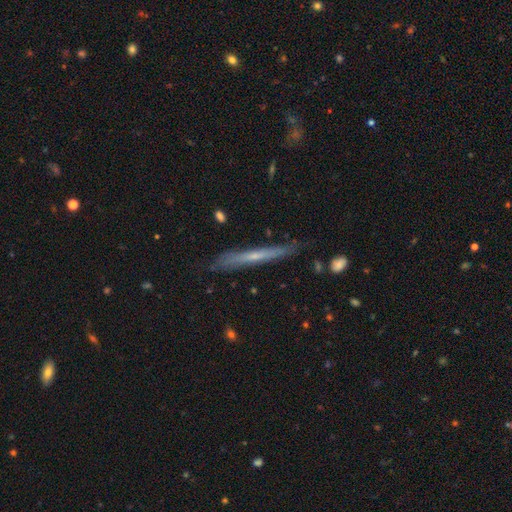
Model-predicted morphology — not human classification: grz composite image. It shows a featured or disk galaxy (57%) viewed edge-on (93%) with no central bulge (61%). Merging: none (81%).